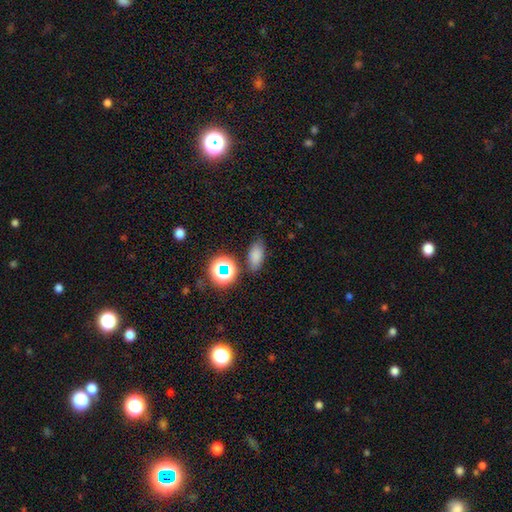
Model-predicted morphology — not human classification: This is likely a smooth galaxy (74%). How rounded: clearly in between (83%). Merging: likely none (77%).